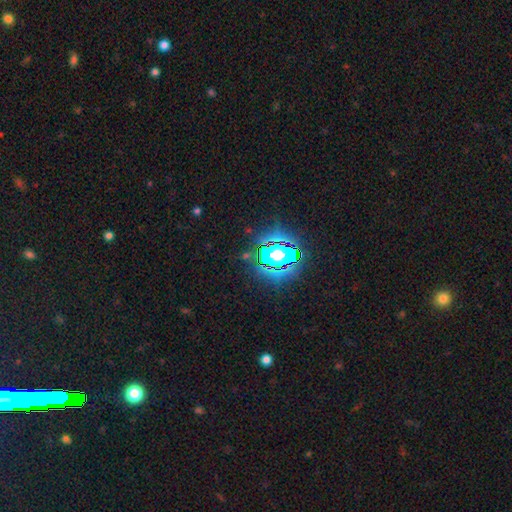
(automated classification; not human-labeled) Smooth or featured? Predicted: star or artifact (p=0.80).